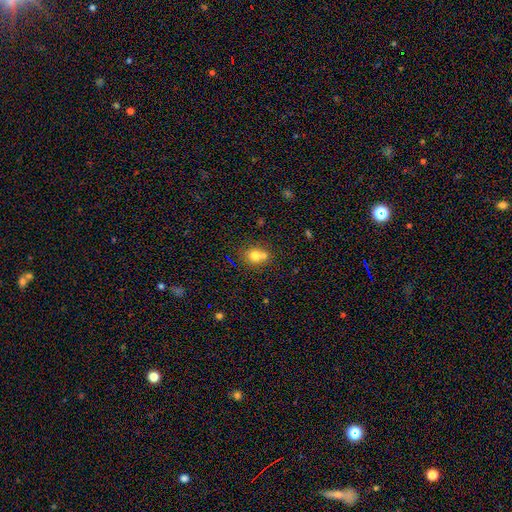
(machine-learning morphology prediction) A smooth galaxy with no disk features (73%) that is round (72%). Merging: merger (45%).